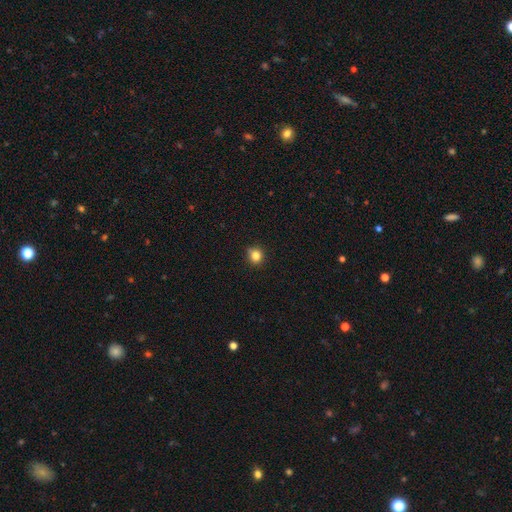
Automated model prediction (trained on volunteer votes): A smooth galaxy with no disk features (82%) that is round (89%).

Vote fractions:
- Smooth or featured? smooth: 82% / star or artifact: 13% / featured or disk: 5%
- How rounded? round: 89% / in between: 10% / cigar-shaped: 1%
- Merging? none: 84% / minor disturbance: 12% / merger: 2% / major disturbance: 2%